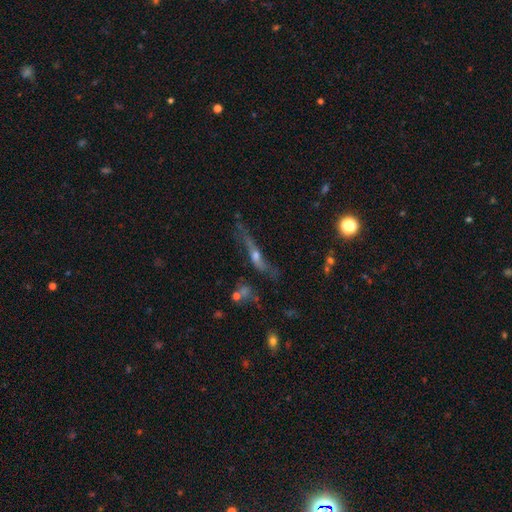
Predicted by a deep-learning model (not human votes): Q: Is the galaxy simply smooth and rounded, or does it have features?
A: featured or disk — 63%.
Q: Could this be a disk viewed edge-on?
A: yes — 73%.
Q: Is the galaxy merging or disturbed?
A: none — 53%.